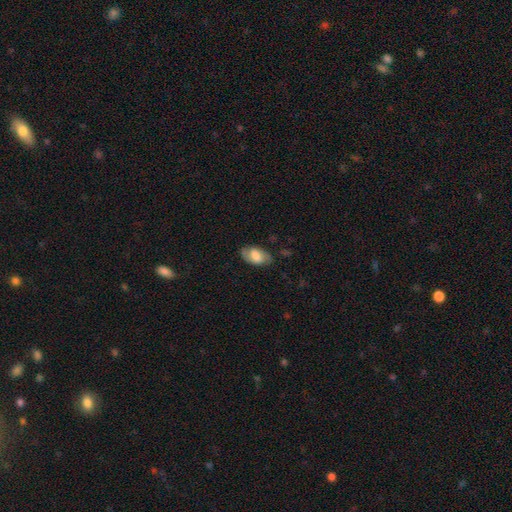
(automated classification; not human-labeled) A smooth galaxy with no disk features (54%) that is in between round and cigar-shaped (92%).

Vote fractions:
- Smooth or featured? smooth: 54% / featured or disk: 39% / star or artifact: 7%
- How rounded? in between: 92% / round: 5% / cigar-shaped: 3%
- Merging? none: 73% / minor disturbance: 19% / major disturbance: 6% / merger: 1%